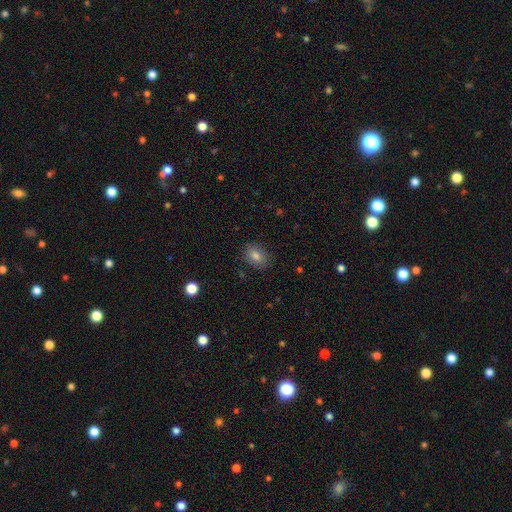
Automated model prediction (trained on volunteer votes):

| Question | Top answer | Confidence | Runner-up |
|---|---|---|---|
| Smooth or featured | smooth | 80% | star or artifact (11%) |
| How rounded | in between | 67% | round (32%) |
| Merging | none | 86% | minor disturbance (10%) |